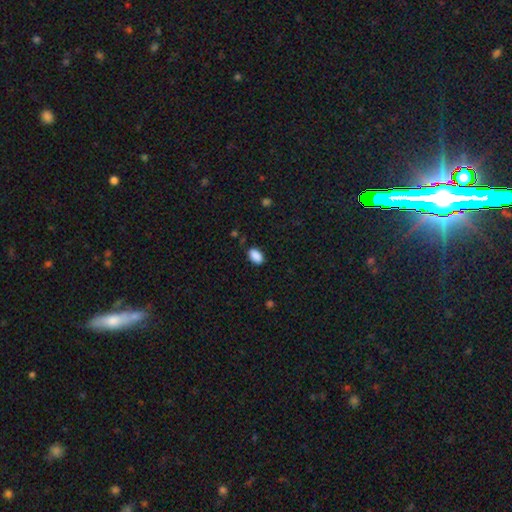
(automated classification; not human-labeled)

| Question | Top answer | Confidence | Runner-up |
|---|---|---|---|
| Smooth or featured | smooth | 89% | star or artifact (8%) |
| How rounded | in between | 92% | round (7%) |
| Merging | none | 84% | minor disturbance (12%) |